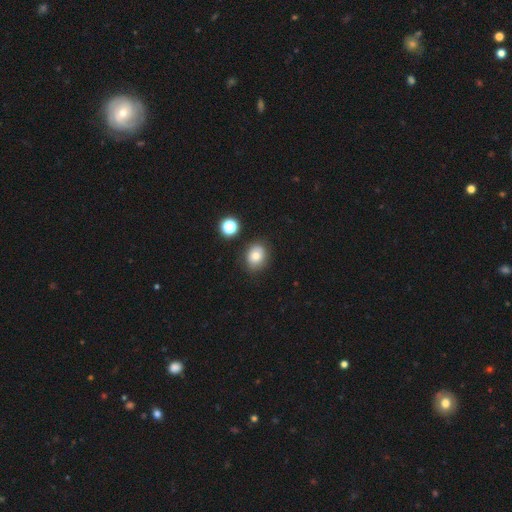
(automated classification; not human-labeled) A smooth galaxy with no disk features (73%) that is round (59%).

Vote fractions:
- Smooth or featured? smooth: 73% / featured or disk: 14% / star or artifact: 13%
- How rounded? round: 59% / in between: 40% / cigar-shaped: 1%
- Merging? none: 80% / minor disturbance: 13% / merger: 4% / major disturbance: 3%